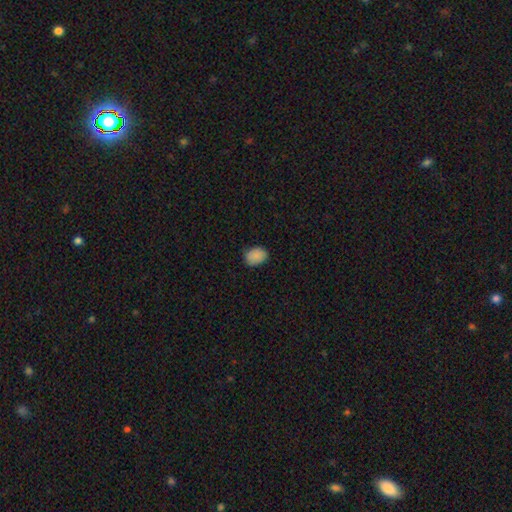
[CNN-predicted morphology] A smooth galaxy with no disk features (88%) that is in between round and cigar-shaped (72%).

Vote fractions:
- Smooth or featured? smooth: 88% / star or artifact: 8% / featured or disk: 4%
- How rounded? in between: 72% / round: 27% / cigar-shaped: 1%
- Merging? none: 79% / minor disturbance: 17% / major disturbance: 3% / merger: 1%